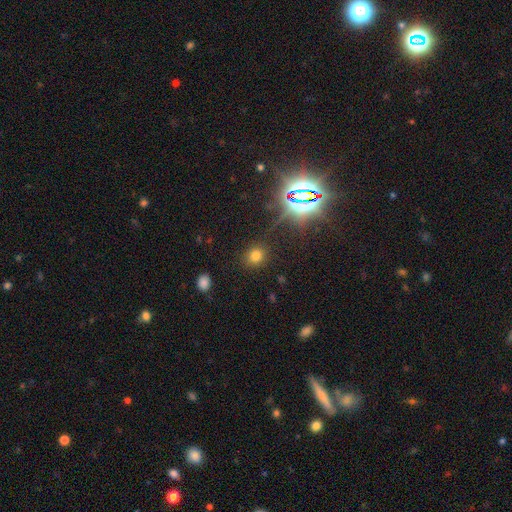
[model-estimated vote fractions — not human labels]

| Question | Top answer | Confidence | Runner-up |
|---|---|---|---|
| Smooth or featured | smooth | 70% | star or artifact (22%) |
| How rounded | round | 77% | in between (22%) |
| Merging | none | 86% | minor disturbance (8%) |